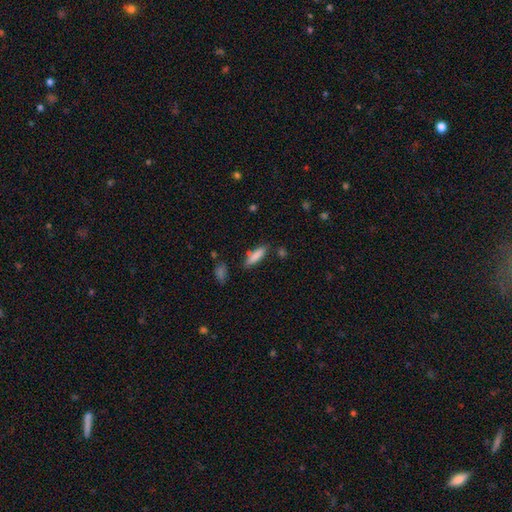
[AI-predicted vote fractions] Smooth or featured? Predicted: smooth (p=0.84). How rounded? Predicted: cigar-shaped (p=0.63). Merging? Predicted: none (p=0.77).